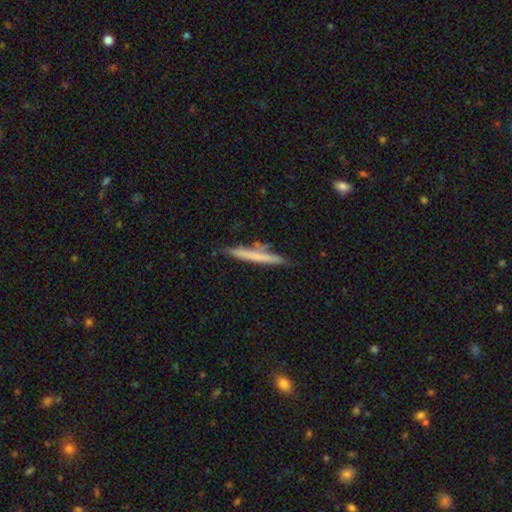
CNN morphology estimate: This appears to be a smooth galaxy with no disk features (59%) that is cigar-shaped (96%). Merging: none (78%).